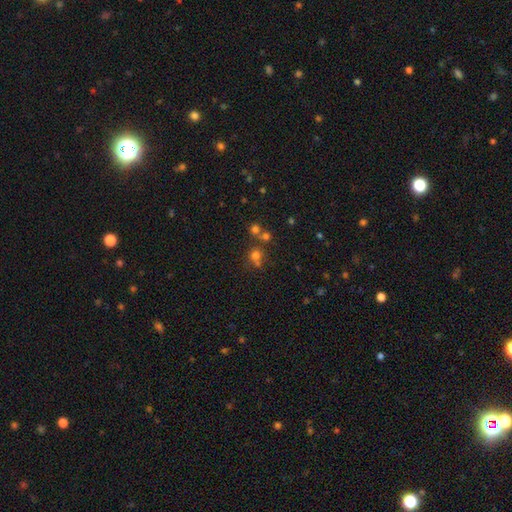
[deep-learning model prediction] smooth 66%, star or artifact 23%, featured or disk 11%. Down the decision tree: how rounded — round (88%); merging — none (58%).